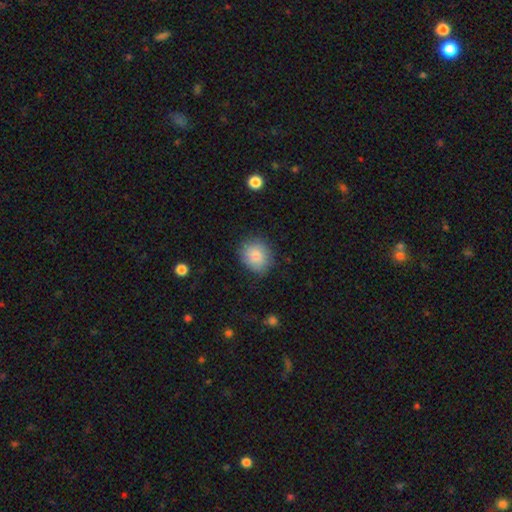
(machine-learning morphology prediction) Smooth or featured?
  - smooth: 86% *
  - star or artifact: 8%
  - featured or disk: 7%
How rounded?
  - round: 67% *
  - in between: 32%
  - cigar-shaped: 1%
Merging?
  - none: 80% *
  - minor disturbance: 15%
  - major disturbance: 4%
  - merger: 1%